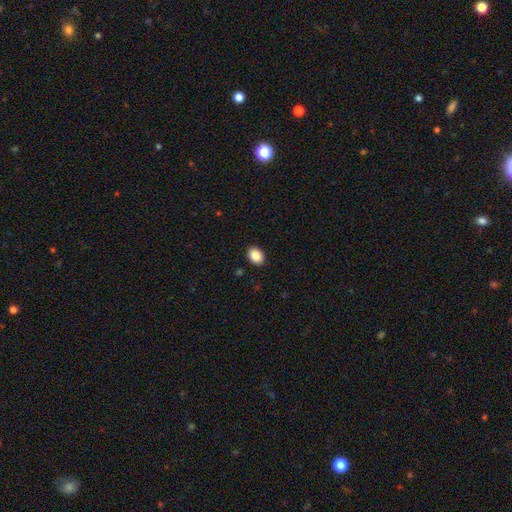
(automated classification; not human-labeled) A smooth galaxy with no disk features (88%) that is in between round and cigar-shaped (69%). Merging: none (90%).